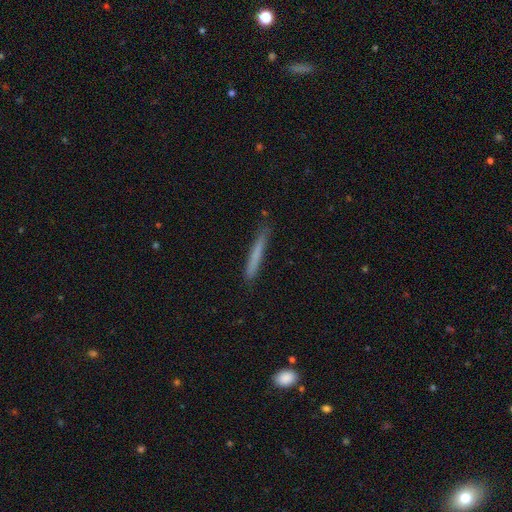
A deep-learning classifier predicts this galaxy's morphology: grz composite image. It shows a smooth galaxy with no disk features (70%) that is cigar-shaped (97%). Merging: none (86%).